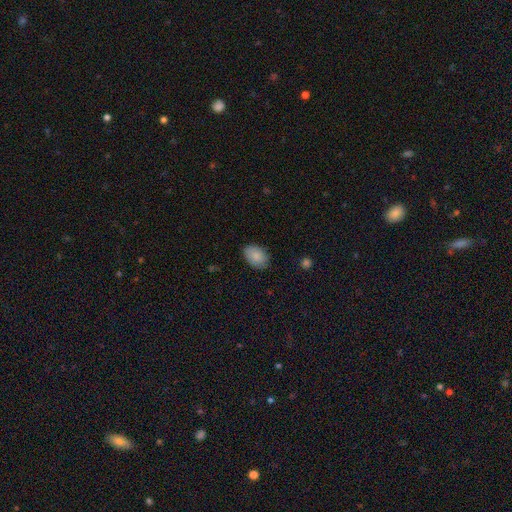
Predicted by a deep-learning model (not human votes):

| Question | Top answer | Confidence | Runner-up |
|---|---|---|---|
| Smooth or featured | smooth | 87% | star or artifact (7%) |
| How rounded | in between | 83% | round (16%) |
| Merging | none | 83% | minor disturbance (14%) |